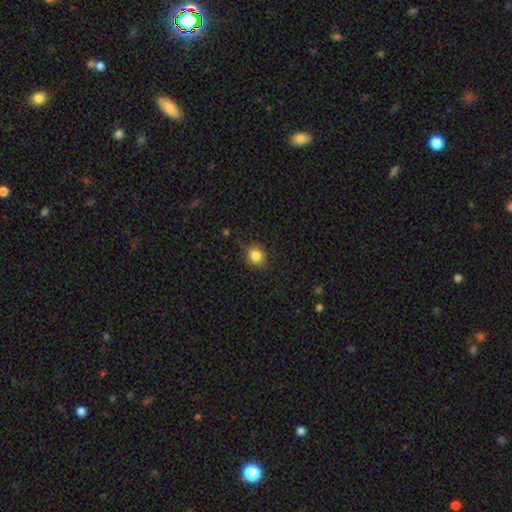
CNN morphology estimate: A smooth galaxy with no disk features (84%) that is round (74%). Merging: none (81%).